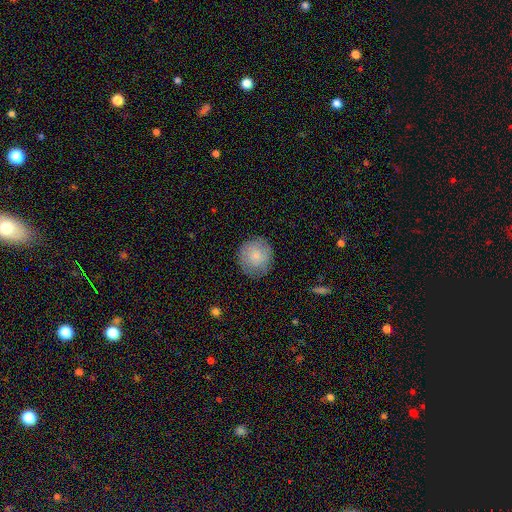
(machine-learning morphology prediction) Q: Smooth or featured?
A: smooth (71%); runner-up: featured or disk (22%)
Q: How rounded?
A: round (90%); runner-up: in between (9%)
Q: Merging?
A: none (81%); runner-up: minor disturbance (14%)